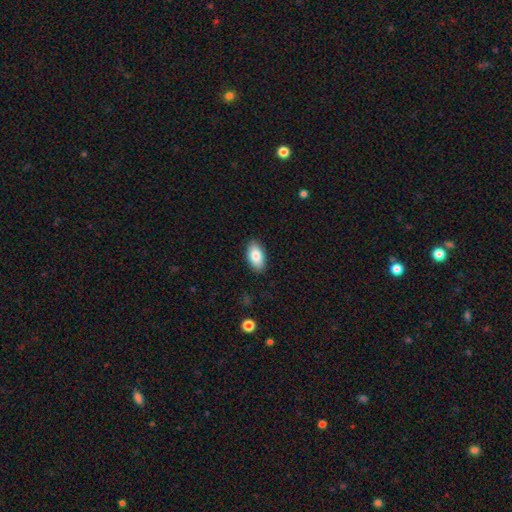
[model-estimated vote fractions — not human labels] A smooth galaxy with no disk features (85%) that is in between round and cigar-shaped (94%). Merging: none (88%).